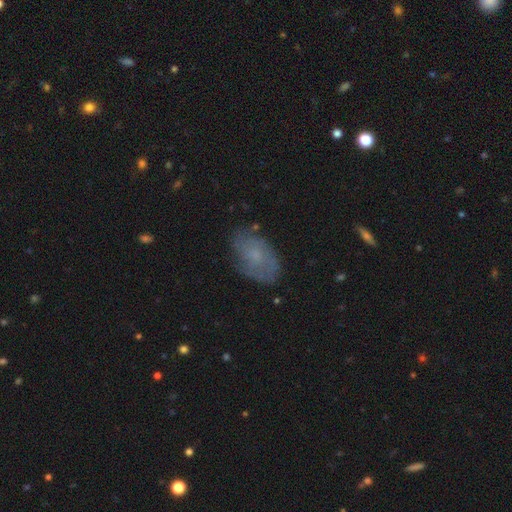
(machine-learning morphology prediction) The model was most divided on "smooth or featured": featured or disk: 46%, smooth: 43%, star or artifact: 10%. More confident: merging — none (72%).